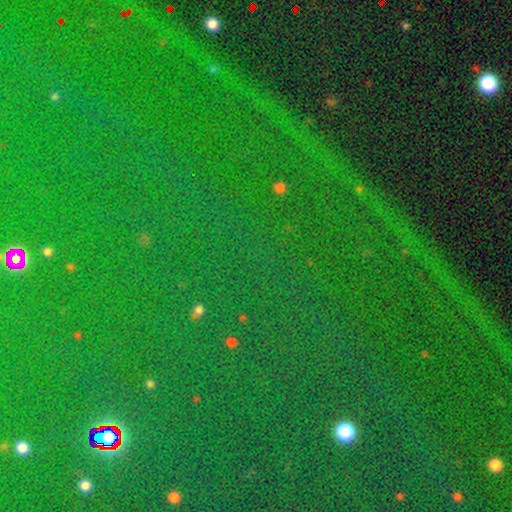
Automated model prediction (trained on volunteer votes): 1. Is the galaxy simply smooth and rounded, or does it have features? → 84% star or artifact, 10% smooth, 7% featured or disk.